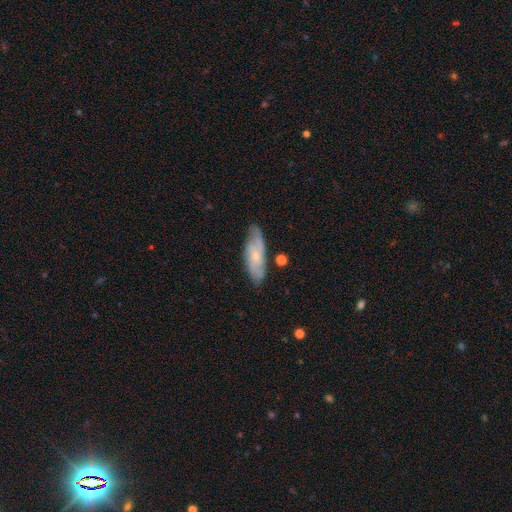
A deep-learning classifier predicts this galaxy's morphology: Smooth or featured?
  - featured or disk: 55% *
  - smooth: 38%
  - star or artifact: 6%
Edge-on disk?
  - no: 82% *
  - yes: 18%
Merging?
  - none: 74% *
  - minor disturbance: 19%
  - major disturbance: 4%
  - merger: 3%